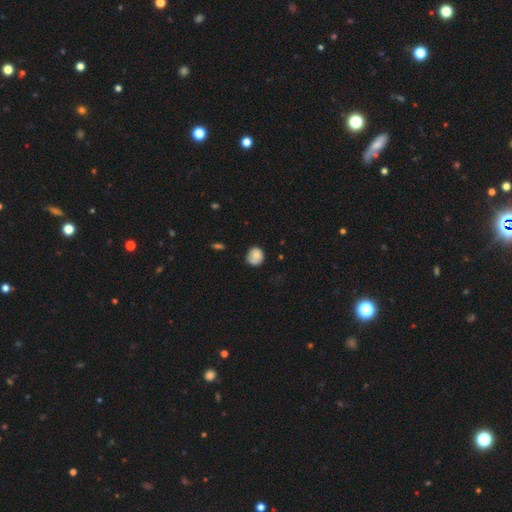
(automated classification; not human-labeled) A smooth galaxy with no disk features (78%) that is round (80%).

Vote fractions:
- Smooth or featured? smooth: 78% / featured or disk: 13% / star or artifact: 8%
- How rounded? round: 80% / in between: 19% / cigar-shaped: 1%
- Merging? none: 62% / minor disturbance: 27% / major disturbance: 7% / merger: 4%